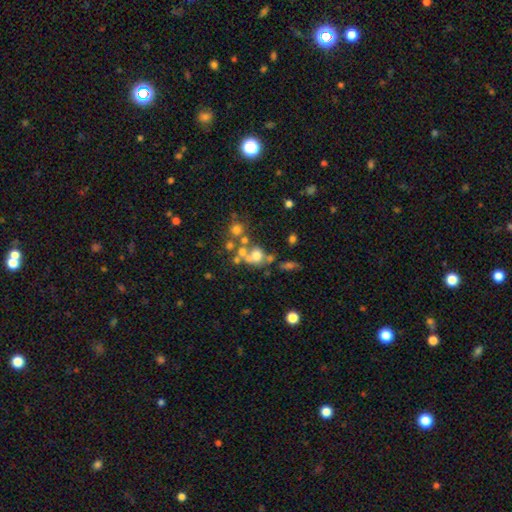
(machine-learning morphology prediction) Smooth or featured?
  - smooth: 52% *
  - featured or disk: 29%
  - star or artifact: 19%
How rounded?
  - round: 69% *
  - in between: 29%
  - cigar-shaped: 2%
Merging?
  - merger: 42% *
  - none: 37%
  - minor disturbance: 11%
  - major disturbance: 10%